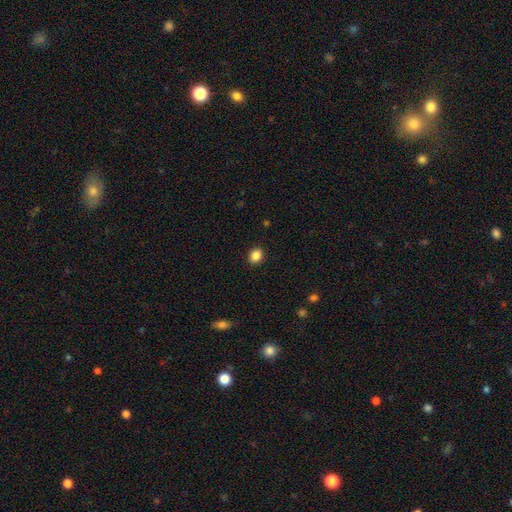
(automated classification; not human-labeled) Overall: smooth (87%). How rounded: round (64%; in between 35%). Merging: none (91%).